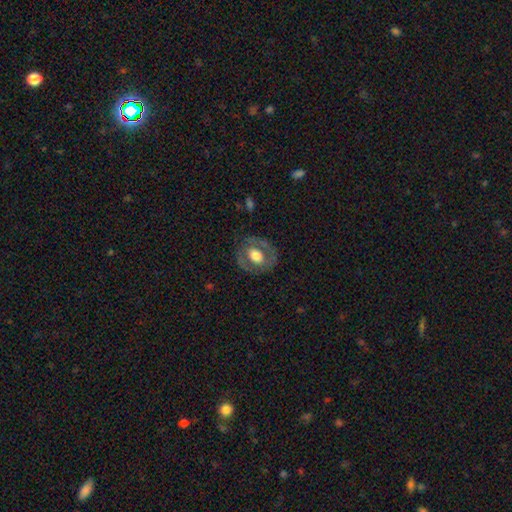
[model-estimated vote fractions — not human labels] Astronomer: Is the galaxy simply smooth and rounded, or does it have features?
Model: featured or disk — 49% (runner-up: smooth, 45%).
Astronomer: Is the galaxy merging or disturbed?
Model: none — 74%.